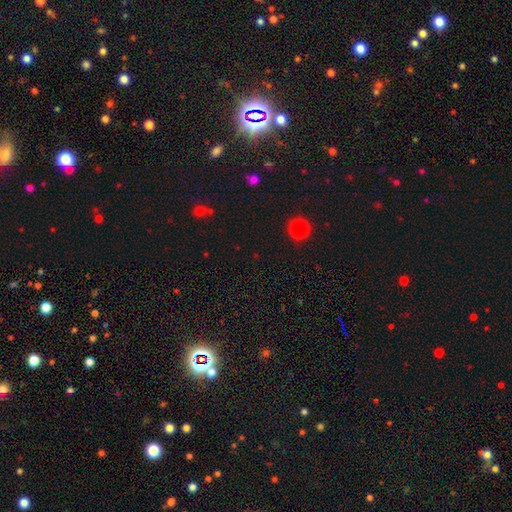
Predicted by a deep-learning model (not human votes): Smooth or featured?
  - star or artifact: 54% *
  - smooth: 39%
  - featured or disk: 6%